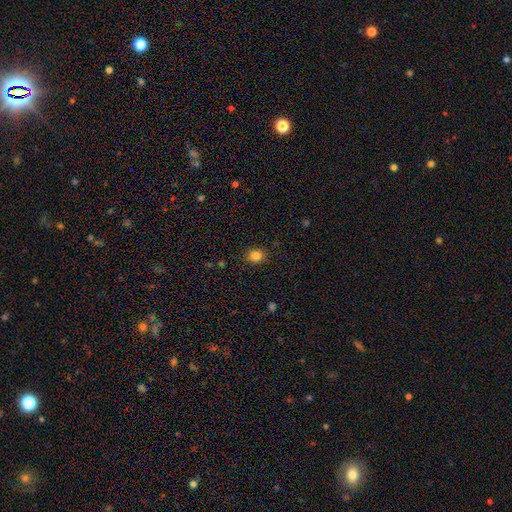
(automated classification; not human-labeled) Overall: smooth (83%). How rounded: round (70%). Merging: none (87%).